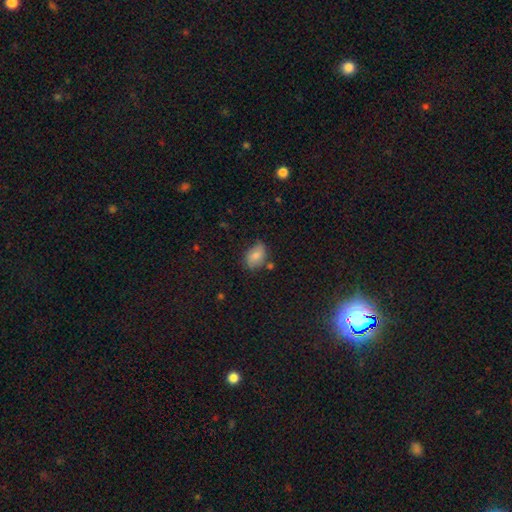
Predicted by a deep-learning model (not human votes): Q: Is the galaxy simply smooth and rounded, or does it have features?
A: smooth — 74%.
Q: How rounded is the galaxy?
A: in between — 80%.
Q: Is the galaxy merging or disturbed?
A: none — 63%.